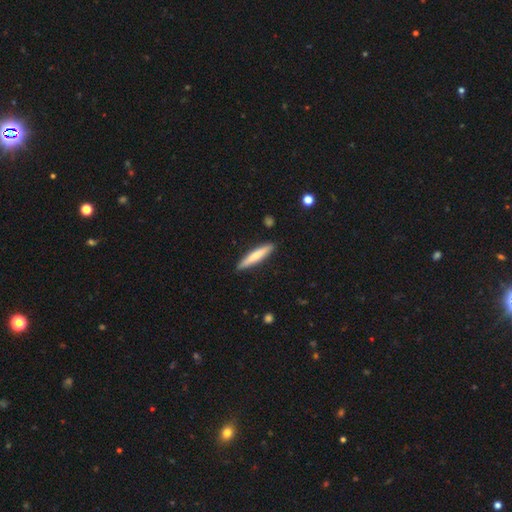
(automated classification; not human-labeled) Smooth or featured? smooth (67%)
How rounded? cigar-shaped (91%)
Merging? none (90%)